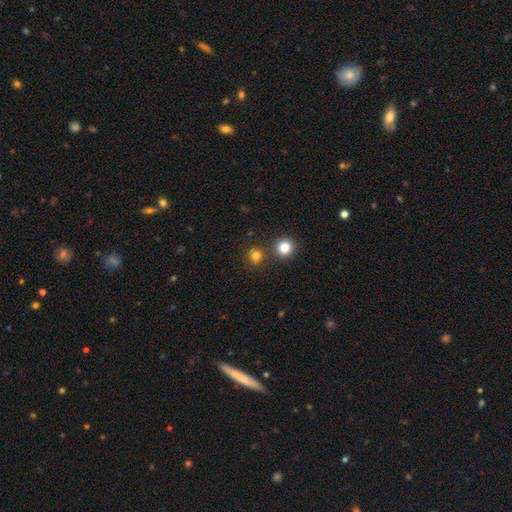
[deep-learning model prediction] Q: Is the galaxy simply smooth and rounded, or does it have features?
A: smooth — 79%.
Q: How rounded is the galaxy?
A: round — 91%.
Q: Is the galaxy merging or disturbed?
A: none — 79%.